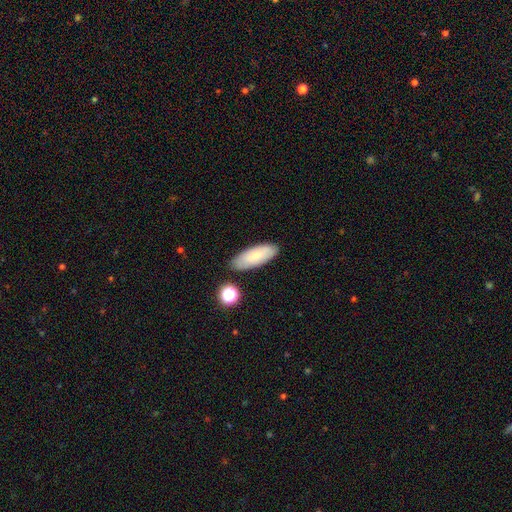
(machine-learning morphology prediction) Q: Smooth or featured?
A: smooth (78%); runner-up: featured or disk (15%)
Q: How rounded?
A: in between (73%); runner-up: cigar-shaped (25%)
Q: Merging?
A: none (84%); runner-up: minor disturbance (11%)